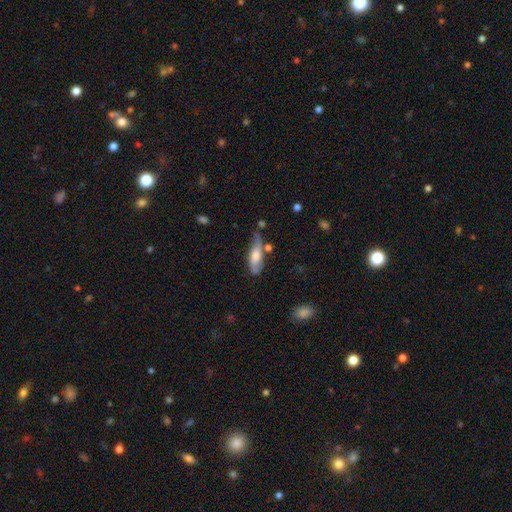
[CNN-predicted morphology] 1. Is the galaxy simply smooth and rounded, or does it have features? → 52% smooth, 41% featured or disk, 7% star or artifact.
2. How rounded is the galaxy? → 58% in between, 40% cigar-shaped, 3% round.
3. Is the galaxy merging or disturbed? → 49% none, 30% minor disturbance, 12% major disturbance, 9% merger.